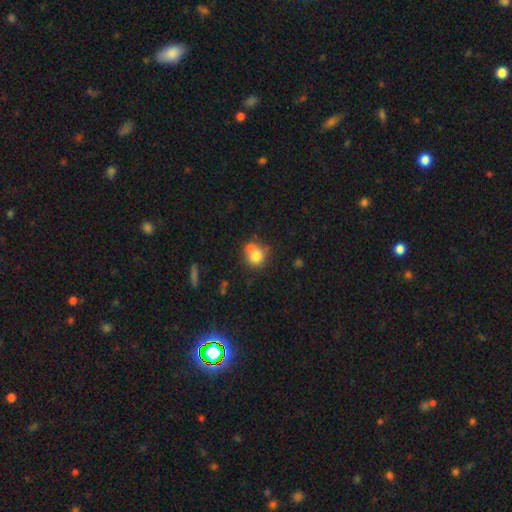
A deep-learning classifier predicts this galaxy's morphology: Smooth or featured: smooth — 76% (featured or disk — 13%)
How rounded: round — 82% (in between — 17%)
Merging: none — 47% (merger — 33%)